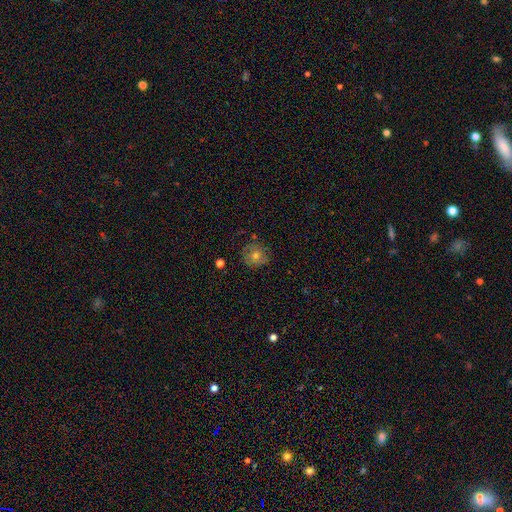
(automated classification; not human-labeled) A smooth galaxy with no disk features (54%) that is round (90%).

Vote fractions:
- Smooth or featured? smooth: 54% / featured or disk: 31% / star or artifact: 15%
- How rounded? round: 90% / in between: 9% / cigar-shaped: 1%
- Merging? none: 78% / minor disturbance: 16% / major disturbance: 5% / merger: 2%